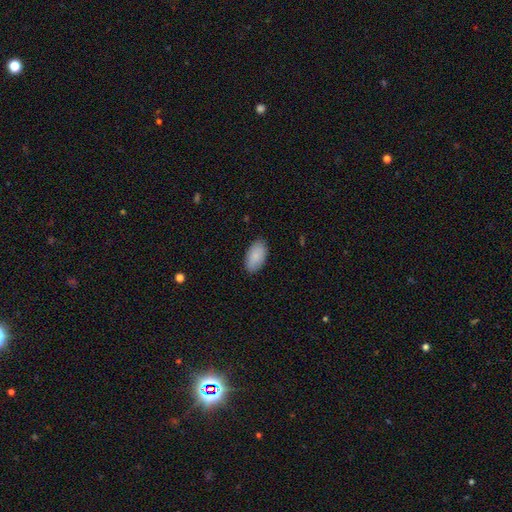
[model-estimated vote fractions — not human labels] The model was most divided on "merging": none: 87%, minor disturbance: 10%, major disturbance: 2%, merger: 1%. More confident: how rounded — in between (95%); smooth or featured — smooth (87%).